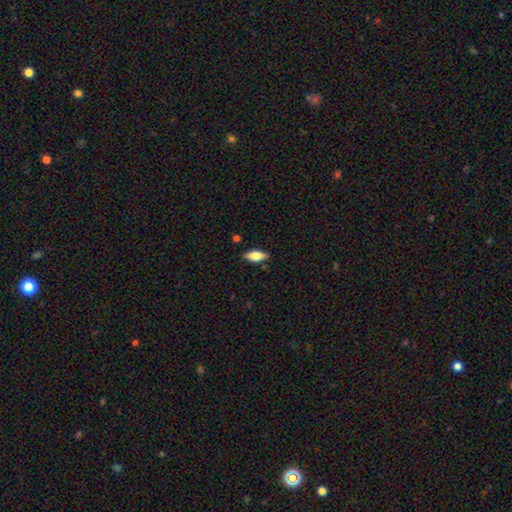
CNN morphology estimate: The model was most divided on "smooth or featured": smooth: 68%, featured or disk: 24%, star or artifact: 7%. More confident: merging — none (83%); how rounded — in between (80%).